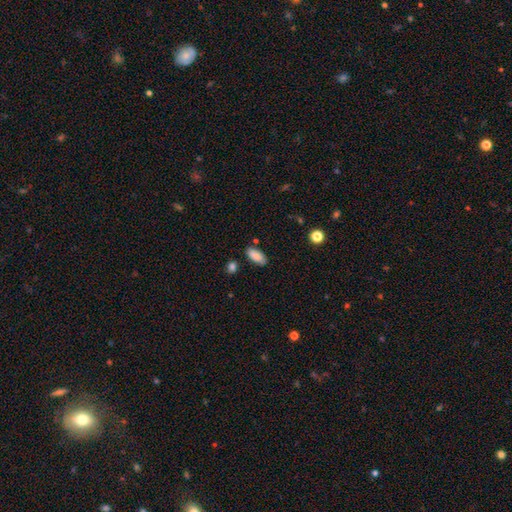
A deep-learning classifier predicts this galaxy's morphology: smooth-or-featured: smooth: 87% | star or artifact: 7% | featured or disk: 6%
  how-rounded: in between: 88% | cigar-shaped: 10% | round: 2%
  merging: none: 81% | minor disturbance: 13% | merger: 3% | major disturbance: 3%